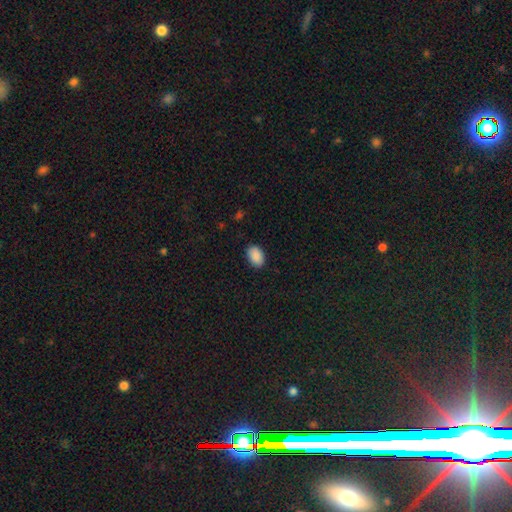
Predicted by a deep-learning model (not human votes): smooth-or-featured: smooth: 90% | star or artifact: 7% | featured or disk: 2%
  how-rounded: in between: 87% | round: 12% | cigar-shaped: 1%
  merging: none: 89% | minor disturbance: 8% | major disturbance: 2% | merger: 1%